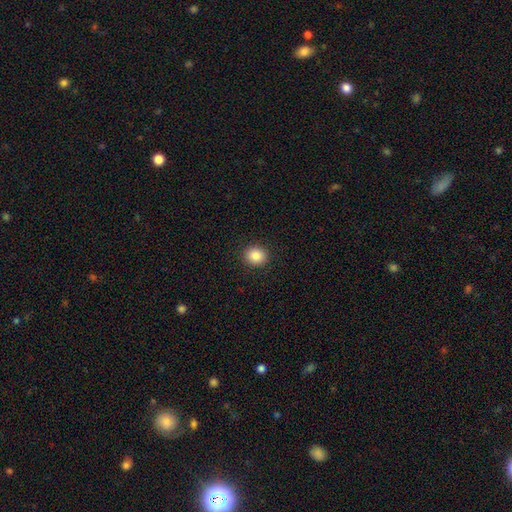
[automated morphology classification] Smooth or featured? smooth (86%)
How rounded? round (80%)
Merging? none (91%)